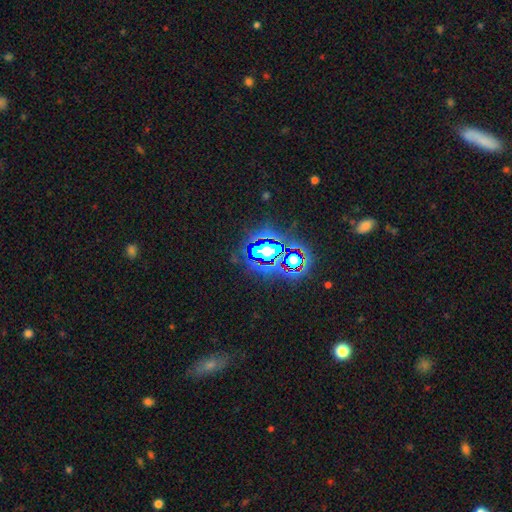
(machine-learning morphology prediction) This appears to be a star or artifact, not a galaxy (79%).